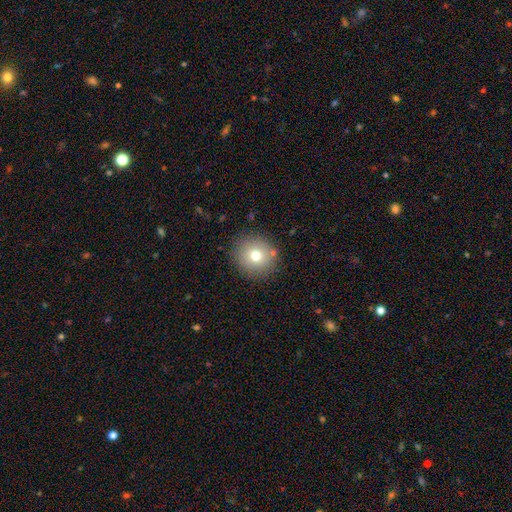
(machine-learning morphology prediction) Smooth or featured? smooth (74%)
How rounded? round (90%)
Merging? none (86%)